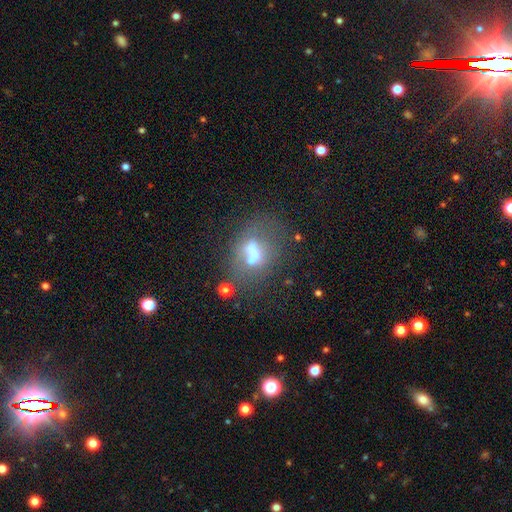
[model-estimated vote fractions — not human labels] Morphology: type=featured or disk (43%); merging=none (34%).